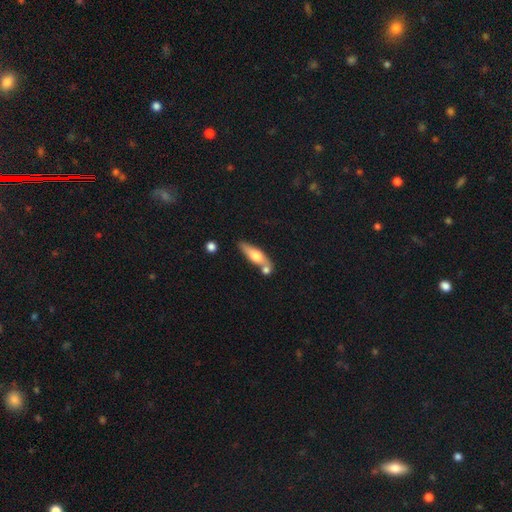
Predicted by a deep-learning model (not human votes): smooth 52%, featured or disk 42%, star or artifact 6%. Down the decision tree: how rounded — cigar-shaped (58%); merging — none (60%).